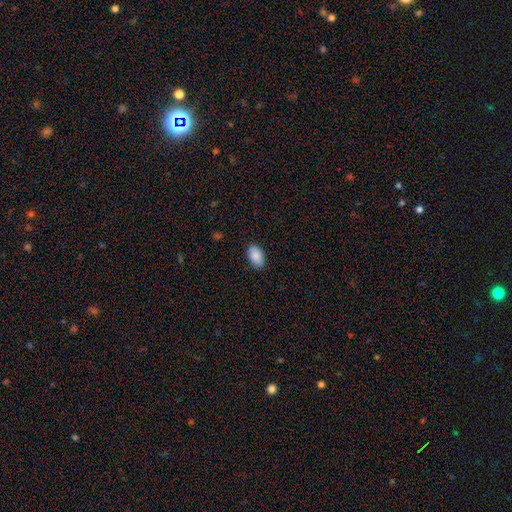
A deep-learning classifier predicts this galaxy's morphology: A smooth galaxy with no disk features (89%) that is in between round and cigar-shaped (93%). Merging: none (87%).